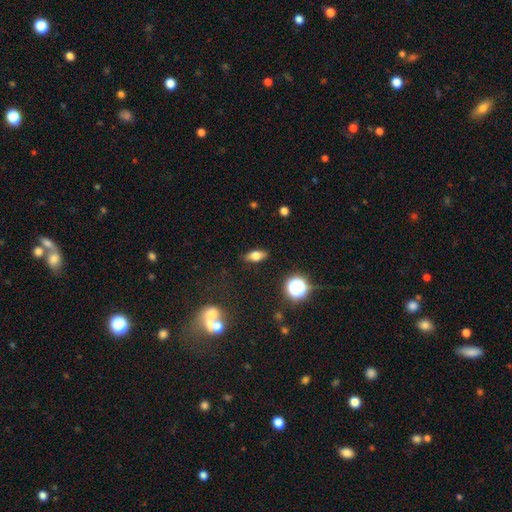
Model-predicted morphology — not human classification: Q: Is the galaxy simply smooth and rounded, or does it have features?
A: smooth — 71%.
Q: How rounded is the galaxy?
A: in between — 76%.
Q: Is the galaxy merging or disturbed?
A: none — 86%.